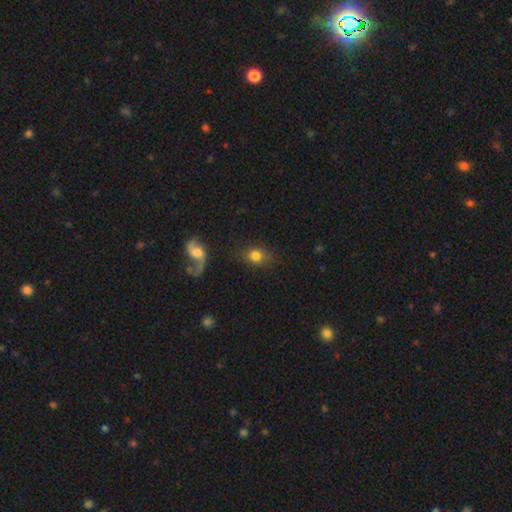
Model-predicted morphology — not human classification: Overall: smooth (76%). How rounded: round (67%; in between 31%). Merging: none (72%).